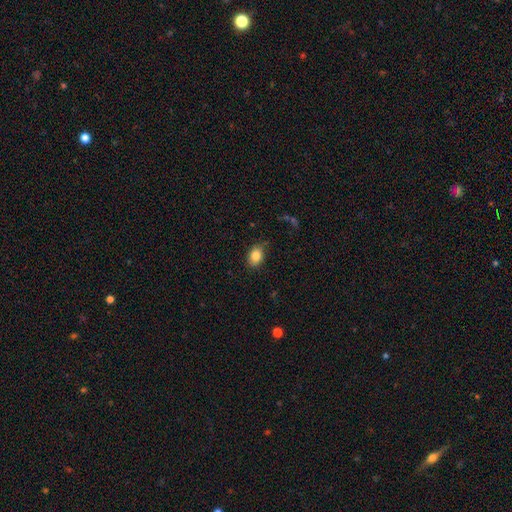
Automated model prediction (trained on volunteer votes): Smooth or featured?
  - smooth: 86% *
  - star or artifact: 9%
  - featured or disk: 6%
How rounded?
  - in between: 79% *
  - round: 20%
  - cigar-shaped: 1%
Merging?
  - none: 82% *
  - minor disturbance: 14%
  - major disturbance: 3%
  - merger: 1%